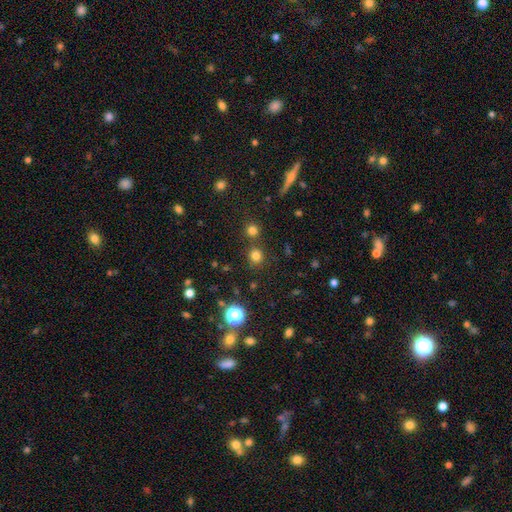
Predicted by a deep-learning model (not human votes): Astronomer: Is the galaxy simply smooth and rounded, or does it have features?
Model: smooth — 76%.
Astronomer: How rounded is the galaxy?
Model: round — 89%.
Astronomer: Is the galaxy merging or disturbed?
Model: none — 79%.